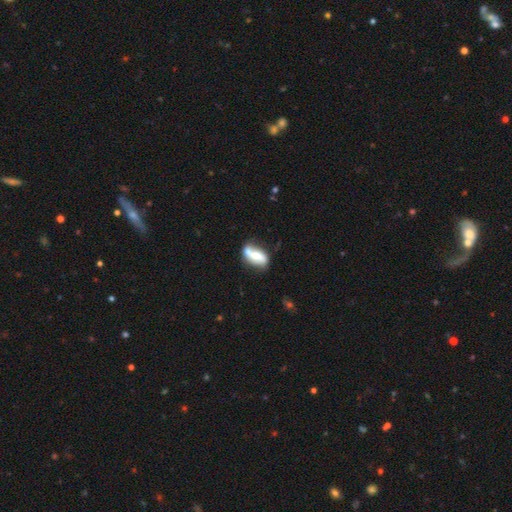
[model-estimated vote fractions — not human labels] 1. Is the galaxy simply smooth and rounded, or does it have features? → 53% featured or disk, 40% smooth, 7% star or artifact.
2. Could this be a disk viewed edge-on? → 89% no, 11% yes.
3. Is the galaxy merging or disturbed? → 49% none, 22% minor disturbance, 20% merger, 9% major disturbance.